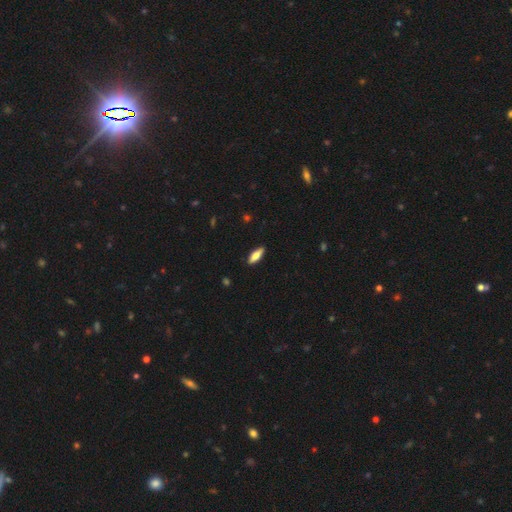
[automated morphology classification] smooth-or-featured: smooth: 71% | featured or disk: 23% | star or artifact: 6%
  how-rounded: in between: 61% | cigar-shaped: 37% | round: 2%
  merging: none: 88% | minor disturbance: 9% | major disturbance: 2% | merger: 1%